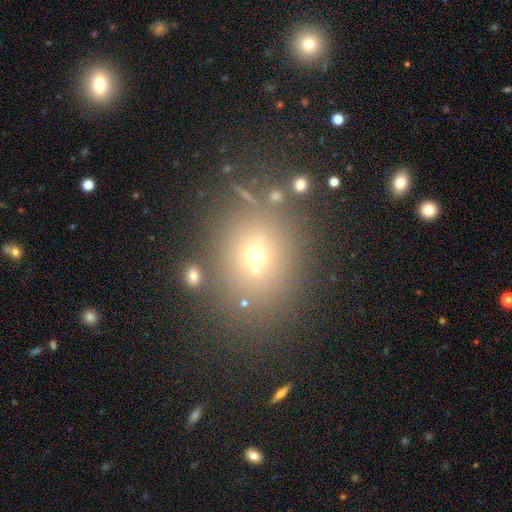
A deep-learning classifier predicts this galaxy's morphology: smooth 60%, star or artifact 26%, featured or disk 15%. Down the decision tree: how rounded — round (63%); merging — none (73%).